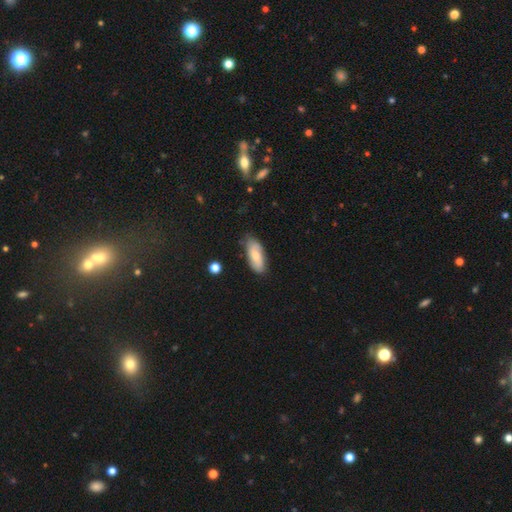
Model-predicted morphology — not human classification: Overall: smooth (69%). How rounded: in between (83%). Merging: none (74%).